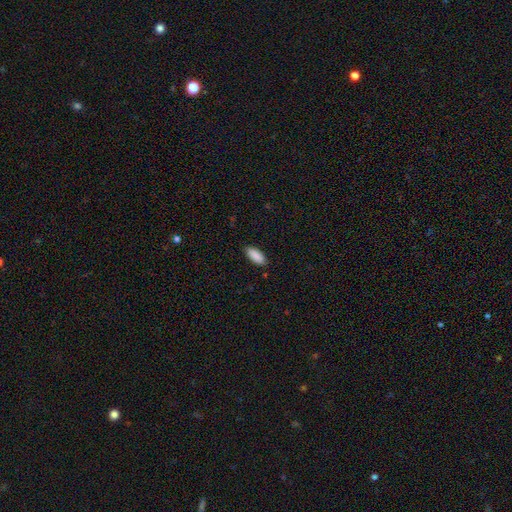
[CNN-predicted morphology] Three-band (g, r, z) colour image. It shows a smooth galaxy with no disk features (90%) that is in between round and cigar-shaped (82%). Merging: none (88%).